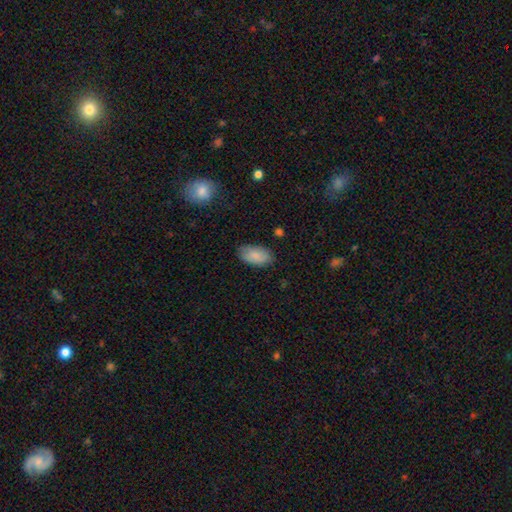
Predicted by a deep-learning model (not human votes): Overall: smooth (84%). How rounded: in between (94%). Merging: none (80%).